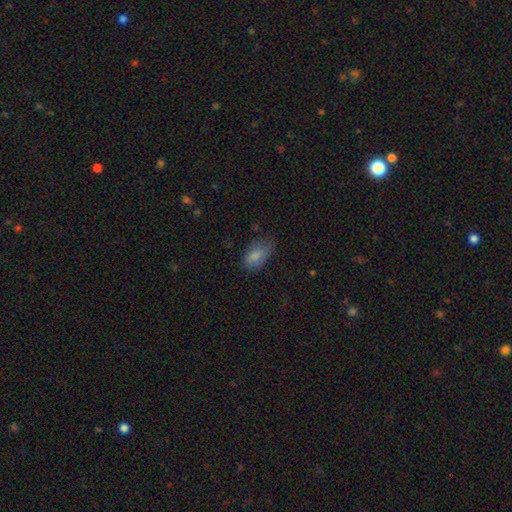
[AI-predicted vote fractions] Q: Smooth or featured?
A: smooth (82%); runner-up: featured or disk (9%)
Q: How rounded?
A: in between (91%); runner-up: round (5%)
Q: Merging?
A: none (53%); runner-up: minor disturbance (34%)